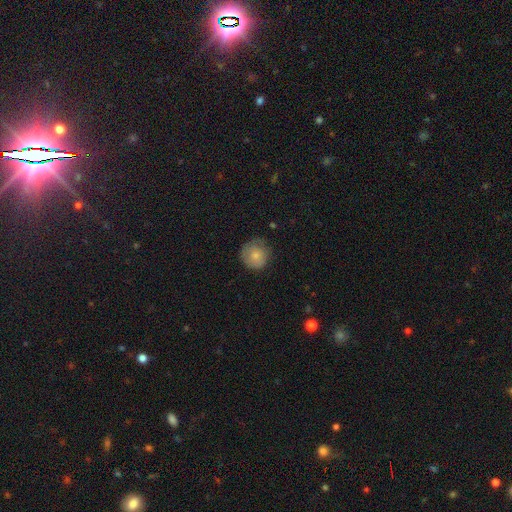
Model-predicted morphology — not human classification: This appears to be a smooth galaxy with no disk features (77%) that is round (92%). Merging: none (70%).